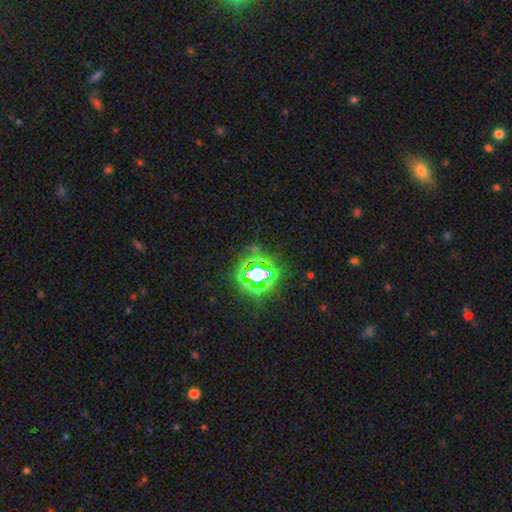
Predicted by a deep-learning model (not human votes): This appears to be a star or artifact, not a galaxy (78%).